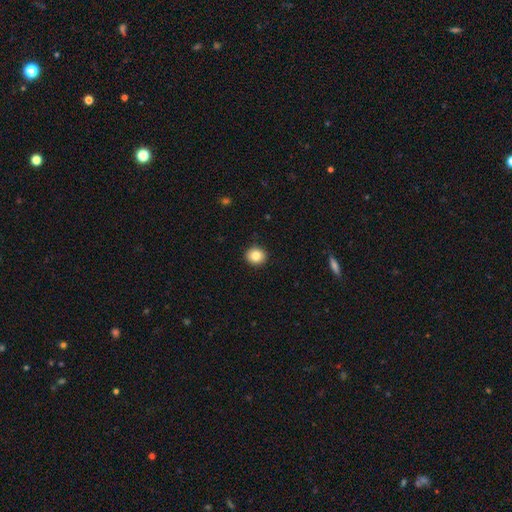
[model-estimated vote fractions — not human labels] A smooth galaxy with no disk features (84%) that is round (84%).

Vote fractions:
- Smooth or featured? smooth: 84% / star or artifact: 9% / featured or disk: 7%
- How rounded? round: 84% / in between: 15% / cigar-shaped: 1%
- Merging? none: 92% / minor disturbance: 5% / major disturbance: 2% / merger: 1%